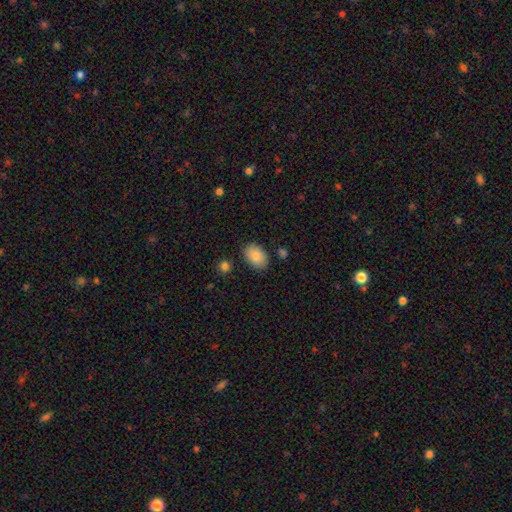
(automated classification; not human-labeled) This appears to be a smooth galaxy with no disk features (86%) that is in between round and cigar-shaped (85%). Merging: none (83%).